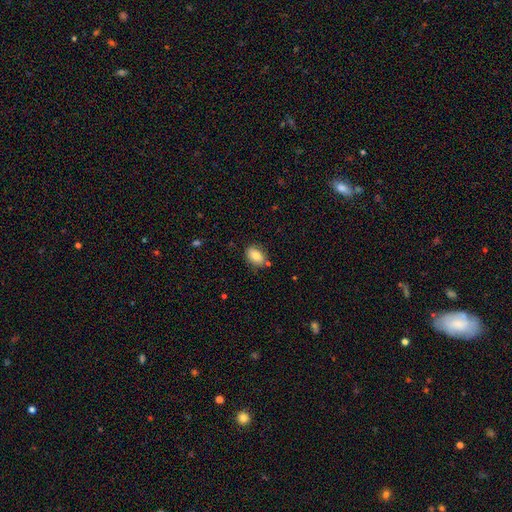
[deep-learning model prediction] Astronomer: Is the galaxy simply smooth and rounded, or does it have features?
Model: smooth — 81%.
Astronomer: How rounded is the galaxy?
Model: in between — 80%.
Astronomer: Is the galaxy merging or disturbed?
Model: none — 78%.